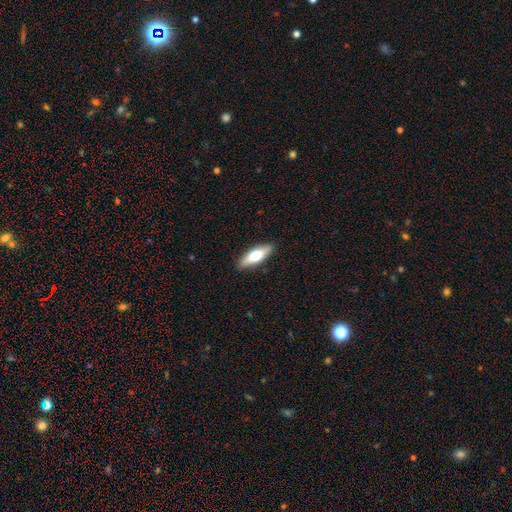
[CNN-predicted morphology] Overall: smooth (61%; featured or disk 33%). How rounded: in between (52%; cigar-shaped 45%). Merging: none (89%).